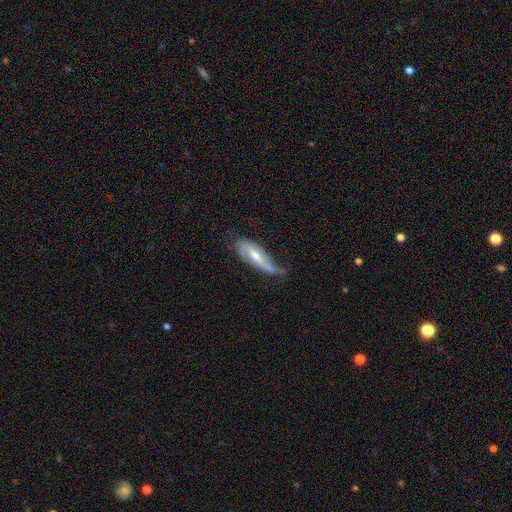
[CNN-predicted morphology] smooth-or-featured: featured or disk: 69% | smooth: 25% | star or artifact: 6%
  disk-edge-on: no: 80% | yes: 20%
    bar: weak: 39% (tied) | strong: 39% (tied) | no: 22%
    has-spiral-arms: yes: 83% | no: 17%
    bulge-size: moderate: 54% | small: 37% | none: 4% | large: 4% | dominant: 1%
  merging: none: 37% (tied) | minor disturbance: 37% (tied) | major disturbance: 22% | merger: 4%